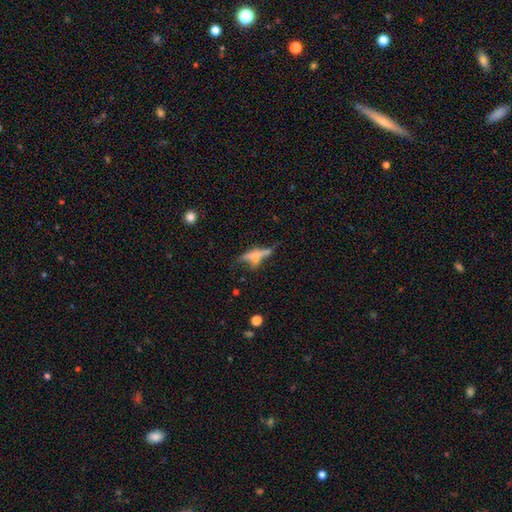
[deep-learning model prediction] This is possibly a featured or disk galaxy (45%). Merging: marginally none (41%).